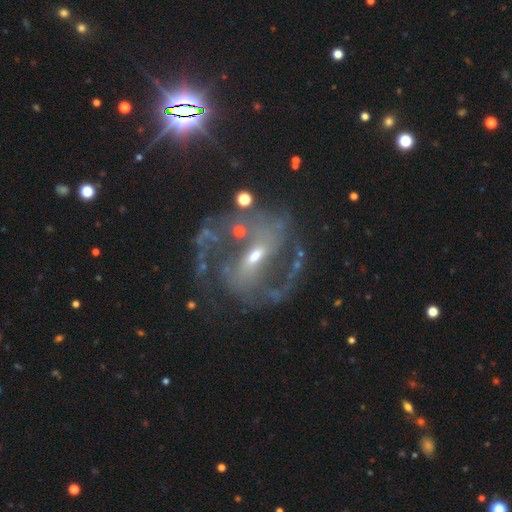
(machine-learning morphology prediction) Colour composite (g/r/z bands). It shows a featured or disk galaxy (87%) with a weak bar (47%), 2 (81%) medium (51%) spiral arms (92%) and a small central bulge (55%). Merging: none (58%).